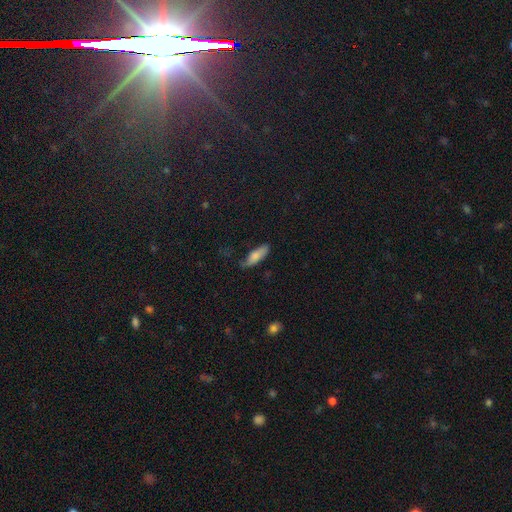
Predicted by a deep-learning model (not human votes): This appears to be a smooth galaxy with no disk features (76%) that is in between round and cigar-shaped (56%). Merging: none (64%).